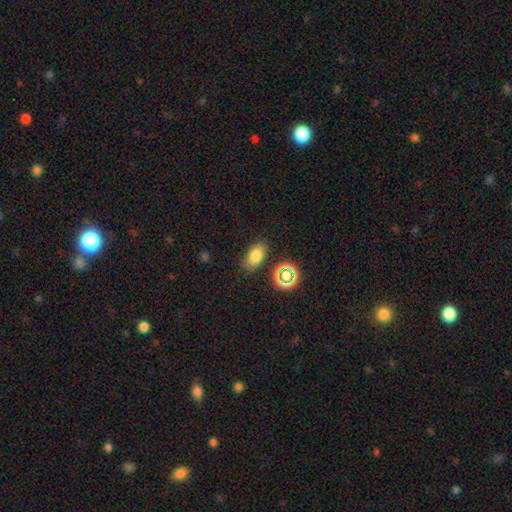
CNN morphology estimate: Q: Smooth or featured?
A: smooth (77%); runner-up: star or artifact (14%)
Q: How rounded?
A: in between (86%); runner-up: round (10%)
Q: Merging?
A: none (81%); runner-up: minor disturbance (13%)